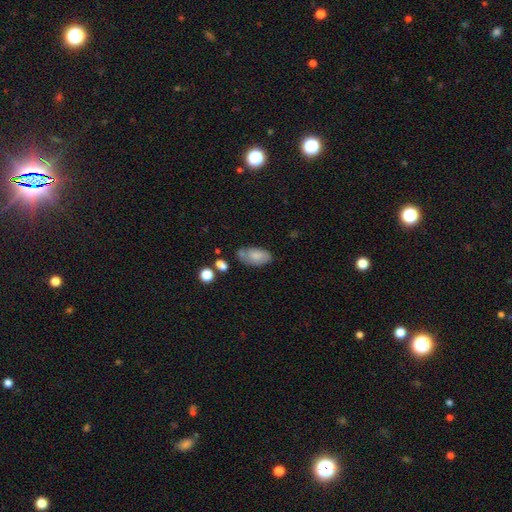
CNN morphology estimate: Smooth or featured? Predicted: smooth (p=0.74). How rounded? Predicted: in between (p=0.93). Merging? Predicted: none (p=0.51).